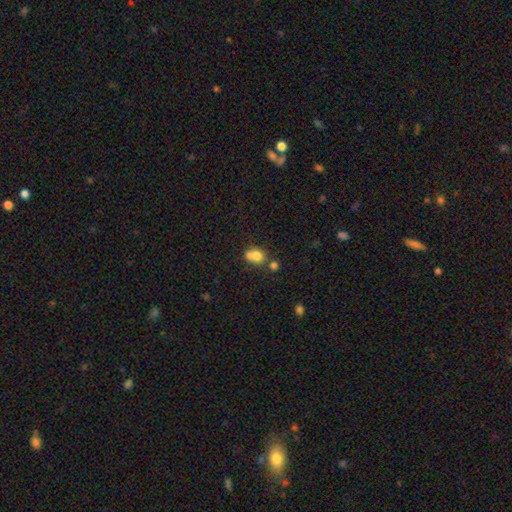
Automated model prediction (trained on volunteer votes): Smooth or featured? Predicted: smooth (p=0.74). How rounded? Predicted: round (p=0.56). Merging? Predicted: merger (p=0.51).